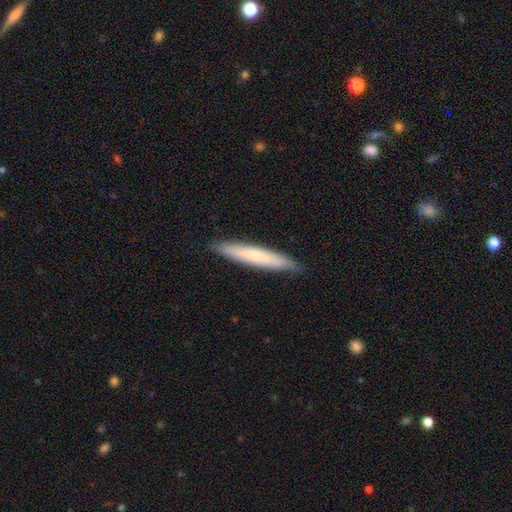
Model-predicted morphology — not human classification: smooth 67%, featured or disk 28%, star or artifact 5%. Down the decision tree: how rounded — cigar-shaped (93%); merging — none (88%).